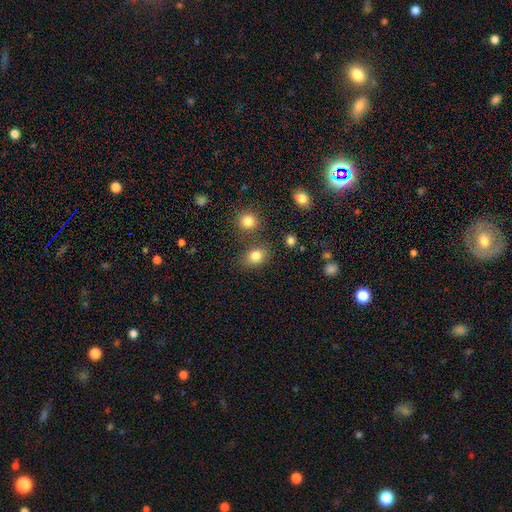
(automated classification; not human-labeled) smooth-or-featured: smooth: 82% | star or artifact: 11% | featured or disk: 7%
  how-rounded: in between: 63% | round: 36% | cigar-shaped: 1%
  merging: none: 72% | minor disturbance: 13% | merger: 11% | major disturbance: 4%